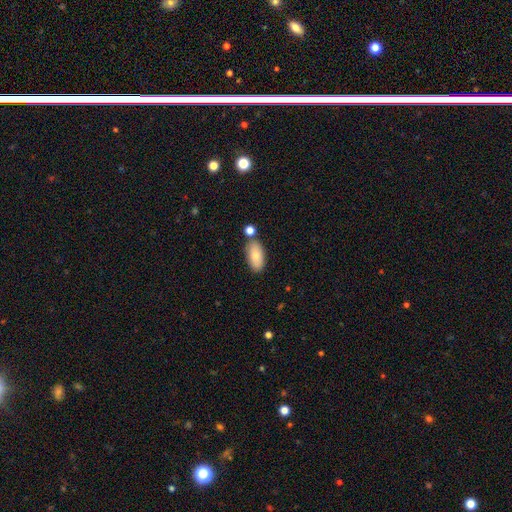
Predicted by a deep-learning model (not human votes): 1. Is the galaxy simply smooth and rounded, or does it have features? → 78% smooth, 15% featured or disk, 7% star or artifact.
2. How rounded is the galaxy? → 93% in between, 4% cigar-shaped, 3% round.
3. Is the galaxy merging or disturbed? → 74% none, 13% minor disturbance, 10% merger, 3% major disturbance.